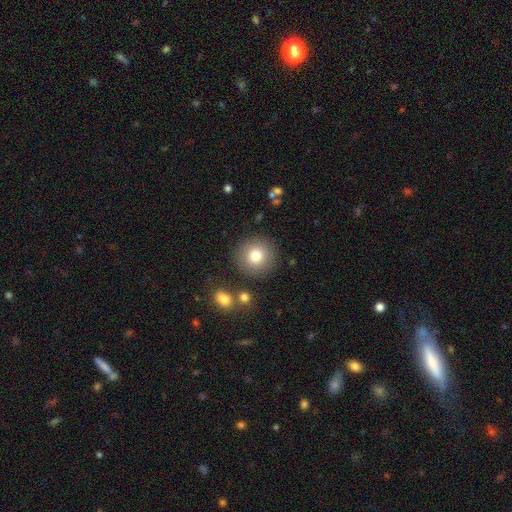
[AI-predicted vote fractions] A smooth galaxy with no disk features (78%) that is round (95%).

Vote fractions:
- Smooth or featured? smooth: 78% / featured or disk: 11% / star or artifact: 10%
- How rounded? round: 95% / in between: 4% / cigar-shaped: 1%
- Merging? none: 86% / minor disturbance: 7% / merger: 4% / major disturbance: 3%